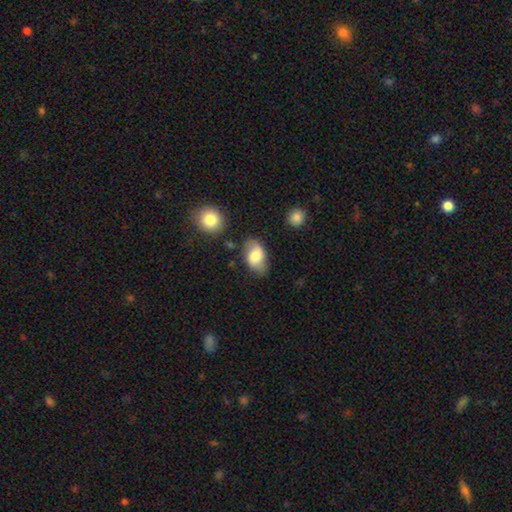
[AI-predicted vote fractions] smooth_or_featured: smooth (p=0.71) [alt: featured or disk p=0.21]
how_rounded: in between (p=0.90) [alt: round p=0.09]
merging: none (p=0.69) [alt: minor disturbance p=0.21]